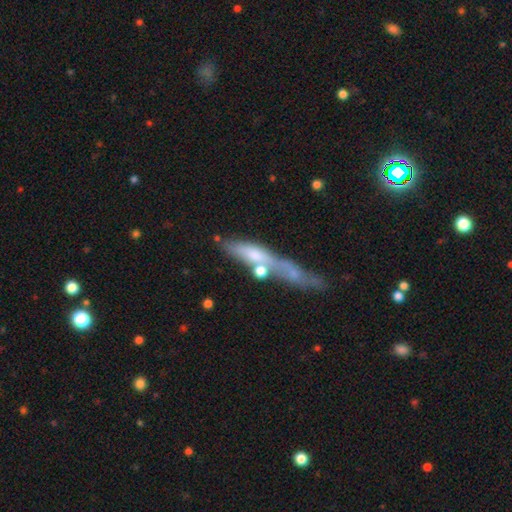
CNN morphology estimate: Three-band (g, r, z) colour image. It shows a smooth galaxy with no disk features (52%) that is cigar-shaped (72%). Merging: none (44%).